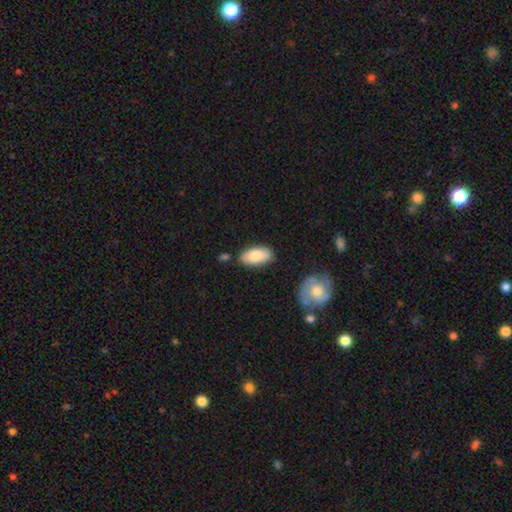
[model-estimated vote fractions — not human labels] smooth-or-featured: smooth: 83% | featured or disk: 11% | star or artifact: 6%
  how-rounded: in between: 93% | cigar-shaped: 4% | round: 2%
  merging: none: 79% | minor disturbance: 14% | merger: 4% | major disturbance: 3%